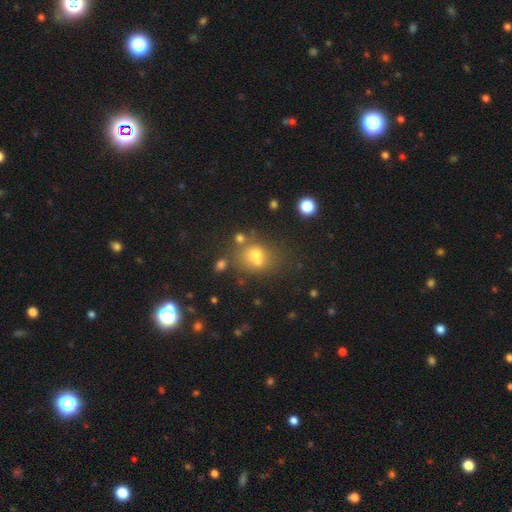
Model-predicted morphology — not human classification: This appears to be a smooth galaxy with no disk features (63%) that is round (61%). Merging: none (46%).